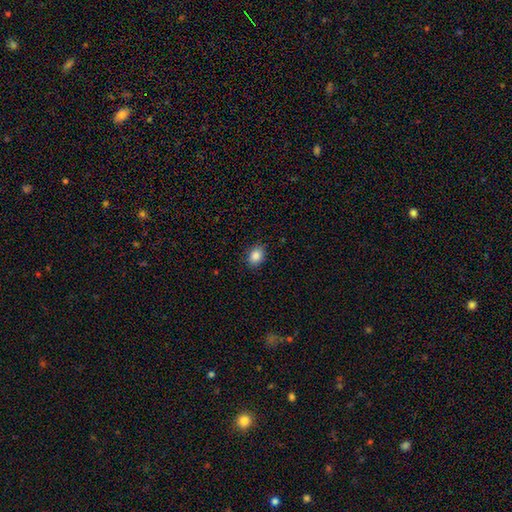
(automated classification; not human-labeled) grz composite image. It shows a smooth galaxy with no disk features (87%) that is in between round and cigar-shaped (70%). Merging: none (87%).